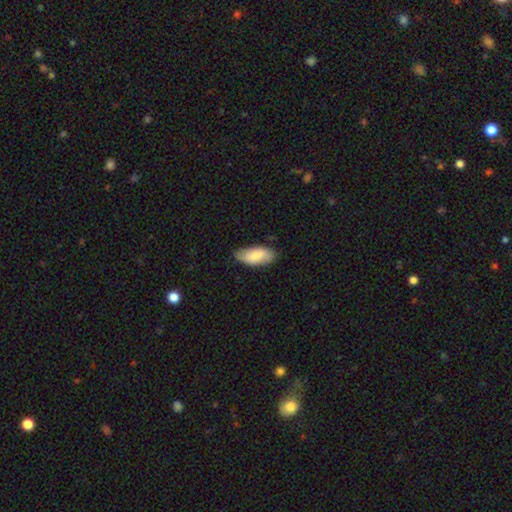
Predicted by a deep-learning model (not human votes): Morphology: type=smooth (78%); roundness=in between (89%); merging=none (79%).